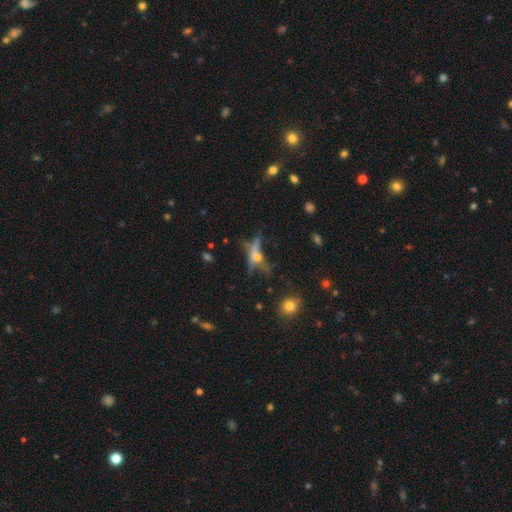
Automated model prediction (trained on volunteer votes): Smooth or featured? featured or disk (50%)
Merging? none (48%)